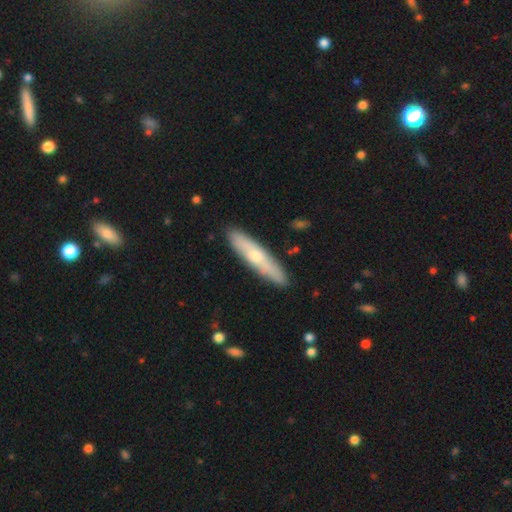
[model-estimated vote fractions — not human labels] Smooth or featured? smooth (52%)
How rounded? cigar-shaped (85%)
Merging? none (88%)